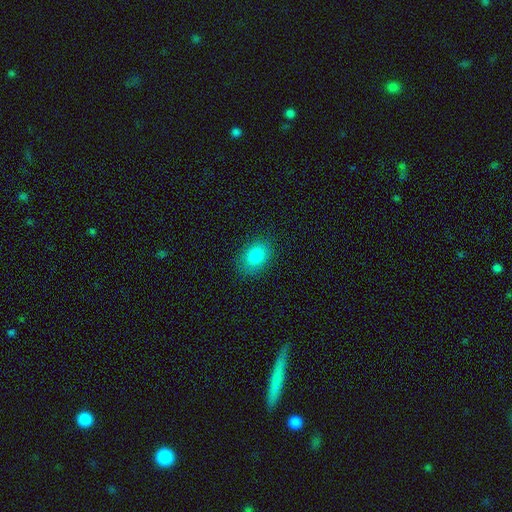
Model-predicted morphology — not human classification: This appears to be a smooth galaxy with no disk features (84%) that is in between round and cigar-shaped (78%). Merging: none (85%).